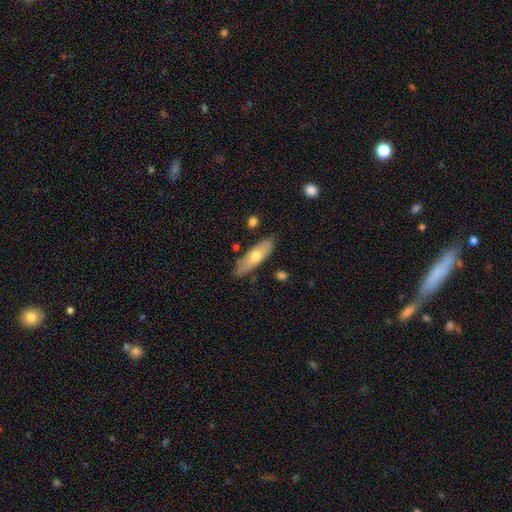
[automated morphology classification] smooth-or-featured: smooth: 58% | featured or disk: 36% | star or artifact: 6%
  how-rounded: in between: 51% | cigar-shaped: 47% | round: 2%
  merging: none: 80% | minor disturbance: 14% | merger: 3% | major disturbance: 3%